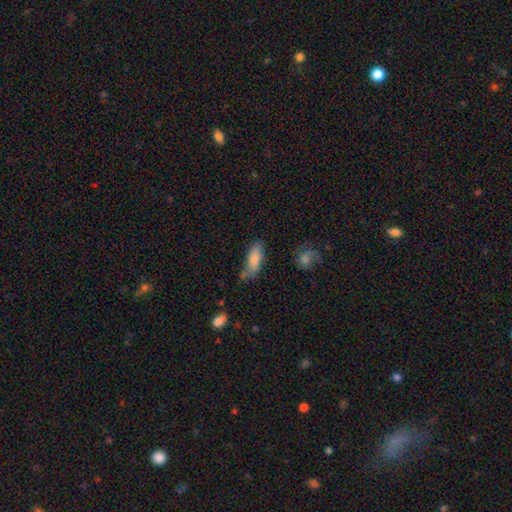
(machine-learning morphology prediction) A smooth galaxy with no disk features (71%) that is in between round and cigar-shaped (59%). Merging: none (58%).